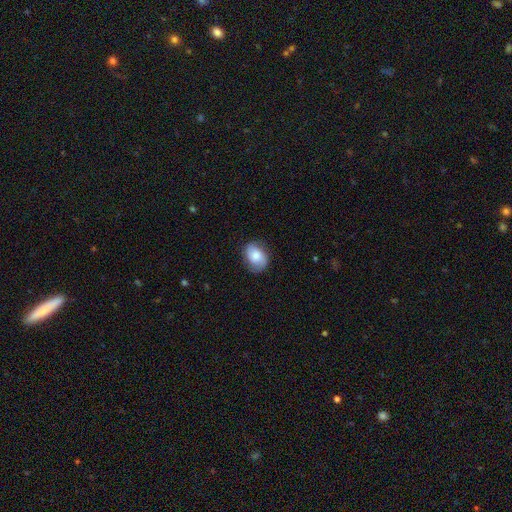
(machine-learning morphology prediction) This appears to be a smooth galaxy with no disk features (62%) that is in between round and cigar-shaped (69%). Merging: none (73%).